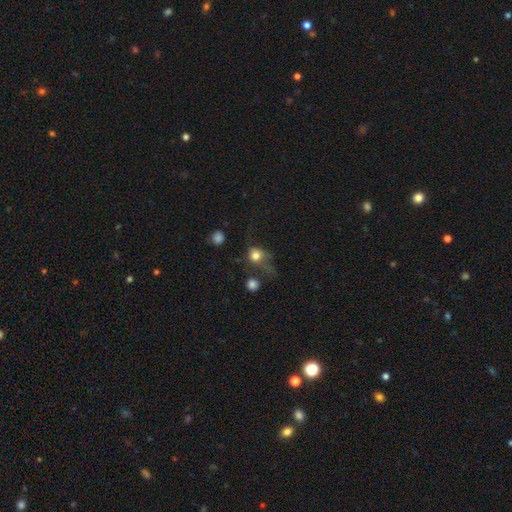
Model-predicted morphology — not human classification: Smooth or featured?
  - smooth: 76% *
  - star or artifact: 13%
  - featured or disk: 11%
How rounded?
  - round: 81% *
  - in between: 18%
  - cigar-shaped: 1%
Merging?
  - none: 44% *
  - major disturbance: 25%
  - minor disturbance: 22%
  - merger: 10%